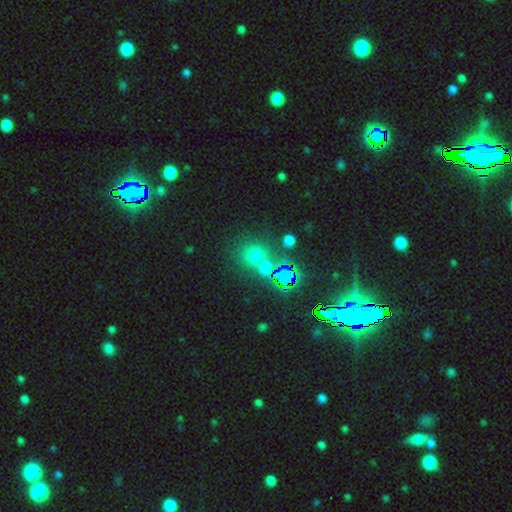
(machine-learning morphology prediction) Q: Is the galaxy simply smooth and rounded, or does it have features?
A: smooth — 58%.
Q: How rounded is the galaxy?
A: round — 87%.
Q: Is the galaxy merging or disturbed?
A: none — 65%.